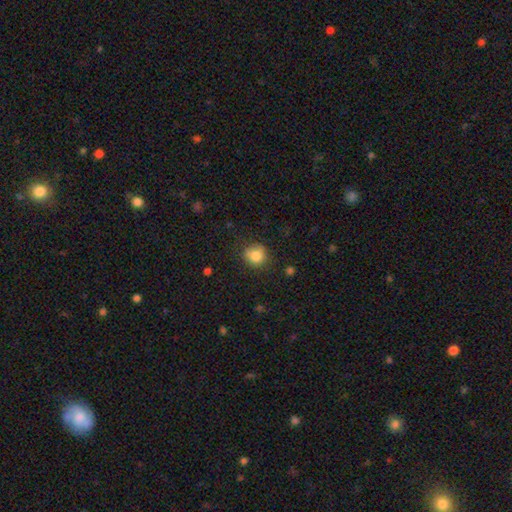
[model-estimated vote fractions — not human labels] Q: Smooth or featured?
A: smooth (83%); runner-up: star or artifact (10%)
Q: How rounded?
A: round (83%); runner-up: in between (16%)
Q: Merging?
A: none (79%); runner-up: minor disturbance (16%)